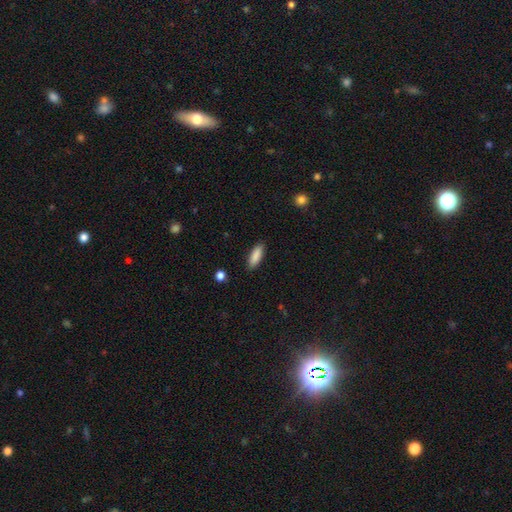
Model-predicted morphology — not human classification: type=smooth (88%); roundness=in between (59%); merging=none (88%).